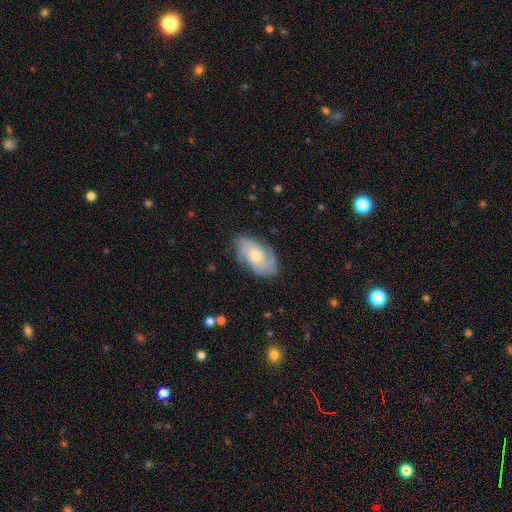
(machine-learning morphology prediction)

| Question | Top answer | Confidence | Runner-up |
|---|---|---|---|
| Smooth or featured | featured or disk | 62% | smooth (31%) |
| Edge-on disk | no | 94% | yes (6%) |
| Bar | no | 77% | weak (20%) |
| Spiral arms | yes | 86% | no (14%) |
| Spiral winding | tight | 51% | medium (36%) |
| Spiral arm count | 2 | 46% | can't tell (33%) |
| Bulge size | small | 52% | moderate (40%) |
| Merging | none | 74% | minor disturbance (19%) |